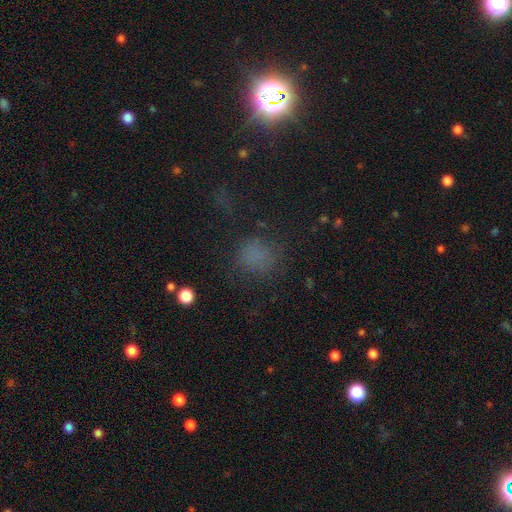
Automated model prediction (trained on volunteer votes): The model was most divided on "smooth or featured": smooth: 68%, star or artifact: 24%, featured or disk: 8%. More confident: how rounded — round (79%); merging — none (72%).